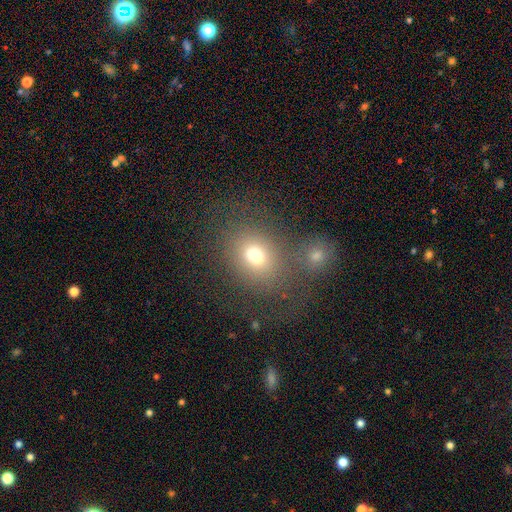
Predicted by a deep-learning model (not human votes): smooth_or_featured: smooth (p=0.70) [alt: featured or disk p=0.15]
how_rounded: in between (p=0.50) [alt: round p=0.49]
merging: none (p=0.54) [alt: merger p=0.25]